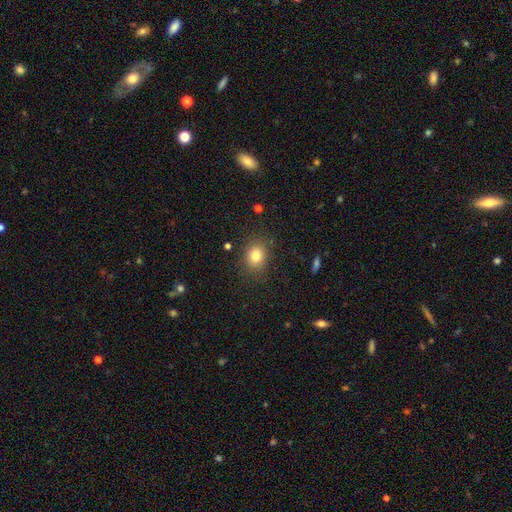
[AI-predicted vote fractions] smooth 81%, star or artifact 11%, featured or disk 8%. Down the decision tree: how rounded — round (51%); merging — none (84%).